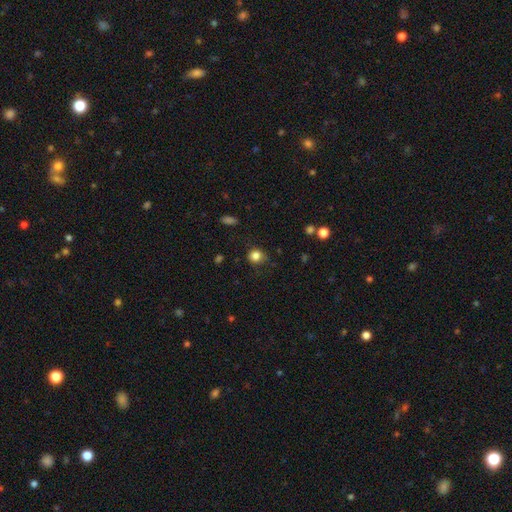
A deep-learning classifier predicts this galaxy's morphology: A smooth galaxy with no disk features (84%) that is round (83%).

Vote fractions:
- Smooth or featured? smooth: 84% / star or artifact: 11% / featured or disk: 5%
- How rounded? round: 83% / in between: 16% / cigar-shaped: 1%
- Merging? none: 74% / minor disturbance: 19% / major disturbance: 5% / merger: 2%